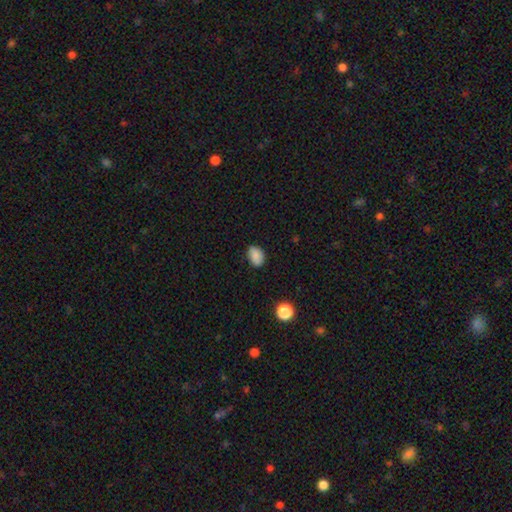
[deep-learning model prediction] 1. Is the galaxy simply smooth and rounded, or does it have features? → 86% smooth, 9% star or artifact, 5% featured or disk.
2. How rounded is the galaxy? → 79% in between, 20% round, 1% cigar-shaped.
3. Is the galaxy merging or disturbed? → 81% none, 15% minor disturbance, 3% major disturbance, 1% merger.